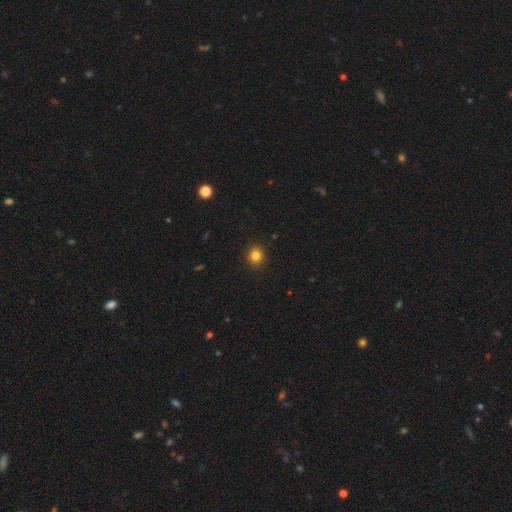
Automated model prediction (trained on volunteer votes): A smooth galaxy with no disk features (82%) that is round (85%). Merging: none (91%).